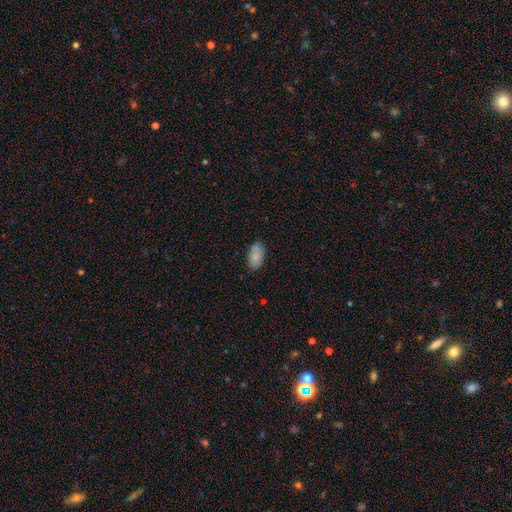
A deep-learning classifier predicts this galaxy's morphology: type=smooth (81%); roundness=in between (93%); merging=none (74%).